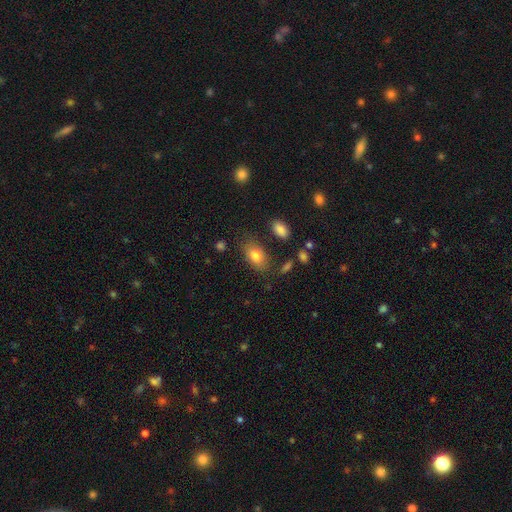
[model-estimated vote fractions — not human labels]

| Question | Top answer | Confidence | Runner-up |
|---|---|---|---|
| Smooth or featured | smooth | 79% | featured or disk (12%) |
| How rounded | in between | 89% | round (8%) |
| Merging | none | 76% | minor disturbance (16%) |